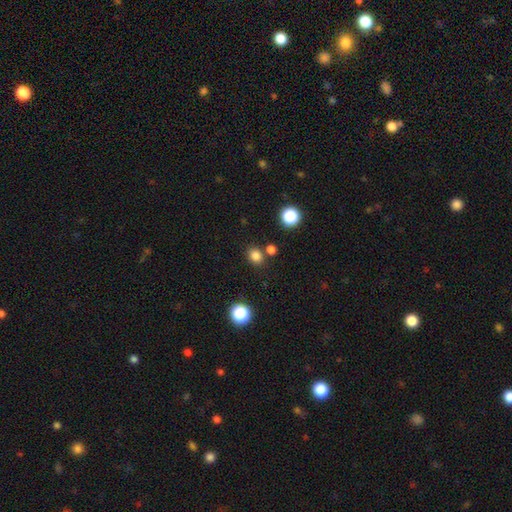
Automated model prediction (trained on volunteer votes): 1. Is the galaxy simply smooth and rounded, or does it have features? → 81% smooth, 15% star or artifact, 4% featured or disk.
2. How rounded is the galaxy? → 65% round, 34% in between, 1% cigar-shaped.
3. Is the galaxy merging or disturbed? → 76% none, 11% merger, 9% minor disturbance, 3% major disturbance.